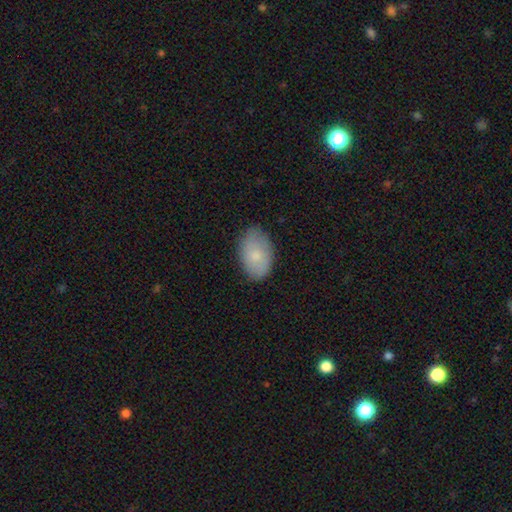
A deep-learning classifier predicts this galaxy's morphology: A smooth galaxy with no disk features (79%) that is in between round and cigar-shaped (90%).

Vote fractions:
- Smooth or featured? smooth: 79% / featured or disk: 15% / star or artifact: 6%
- How rounded? in between: 90% / round: 9% / cigar-shaped: 1%
- Merging? none: 79% / minor disturbance: 17% / major disturbance: 3% / merger: 1%